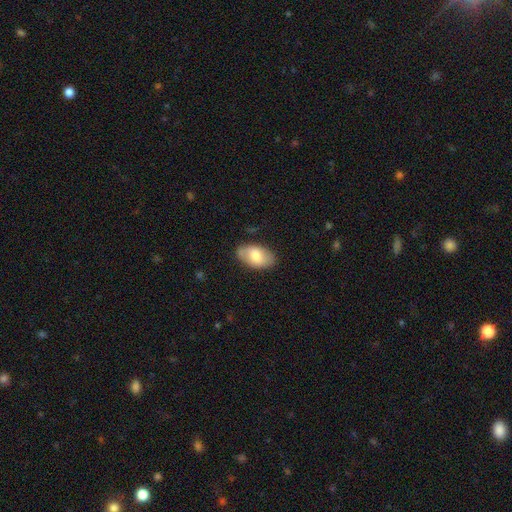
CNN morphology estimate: Smooth or featured?
  - smooth: 72% *
  - featured or disk: 21%
  - star or artifact: 6%
How rounded?
  - in between: 93% *
  - round: 5%
  - cigar-shaped: 1%
Merging?
  - none: 77% *
  - minor disturbance: 18%
  - major disturbance: 4%
  - merger: 2%